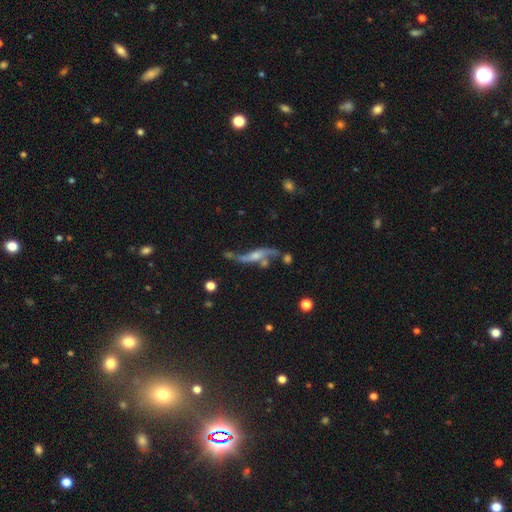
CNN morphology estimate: Q: Smooth or featured?
A: featured or disk (77%); runner-up: smooth (14%)
Q: Edge-on disk?
A: no (74%); runner-up: yes (26%)
Q: Bar?
A: no (55%); runner-up: weak (31%)
Q: Spiral arms?
A: yes (86%); runner-up: no (14%)
Q: Bulge size?
A: small (41%); runner-up: moderate (35%)
Q: Merging?
A: none (43%); runner-up: minor disturbance (21%)